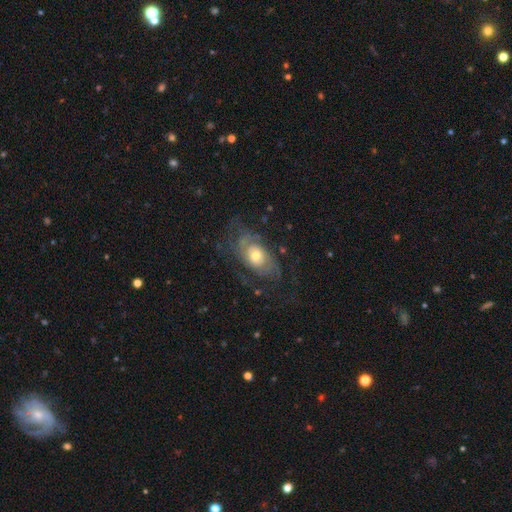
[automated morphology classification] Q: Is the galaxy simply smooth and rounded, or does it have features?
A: featured or disk — 78%.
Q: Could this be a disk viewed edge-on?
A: no — 94%.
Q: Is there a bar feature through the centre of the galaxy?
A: no — 76%.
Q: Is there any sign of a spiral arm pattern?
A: yes — 86%.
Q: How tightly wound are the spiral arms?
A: tight — 50%.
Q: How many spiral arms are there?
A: can't tell — 42%.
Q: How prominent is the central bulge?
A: moderate — 66%.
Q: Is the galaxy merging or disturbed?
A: none — 60%.